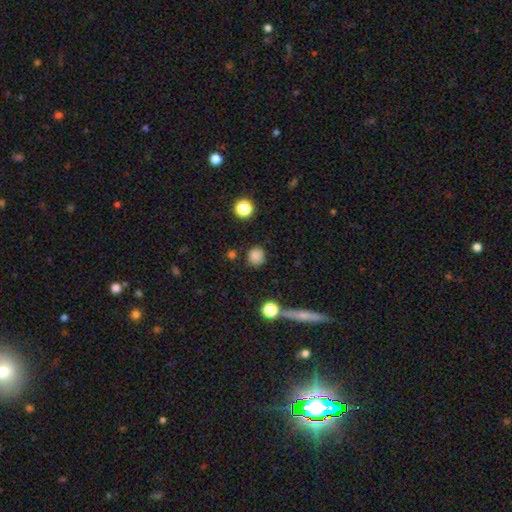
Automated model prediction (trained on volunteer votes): Smooth or featured?
  - smooth: 82% *
  - star or artifact: 13%
  - featured or disk: 5%
How rounded?
  - round: 81% *
  - in between: 17%
  - cigar-shaped: 1%
Merging?
  - none: 80% *
  - minor disturbance: 13%
  - merger: 4%
  - major disturbance: 4%